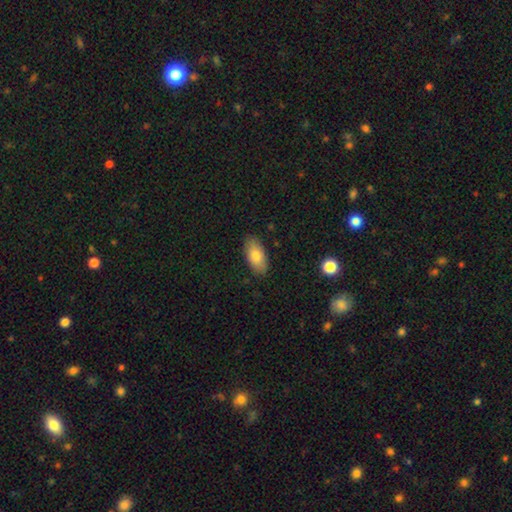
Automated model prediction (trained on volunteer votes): This appears to be a smooth galaxy with no disk features (81%) that is in between round and cigar-shaped (92%). Merging: none (86%).